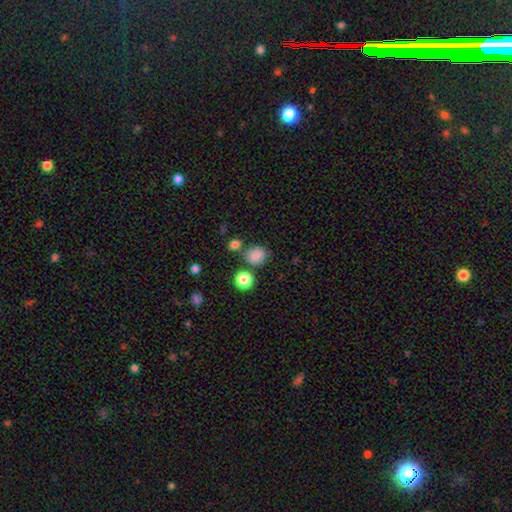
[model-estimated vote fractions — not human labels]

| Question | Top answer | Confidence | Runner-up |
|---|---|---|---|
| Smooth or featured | smooth | 82% | star or artifact (13%) |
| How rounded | round | 66% | in between (33%) |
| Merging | none | 70% | minor disturbance (14%) |